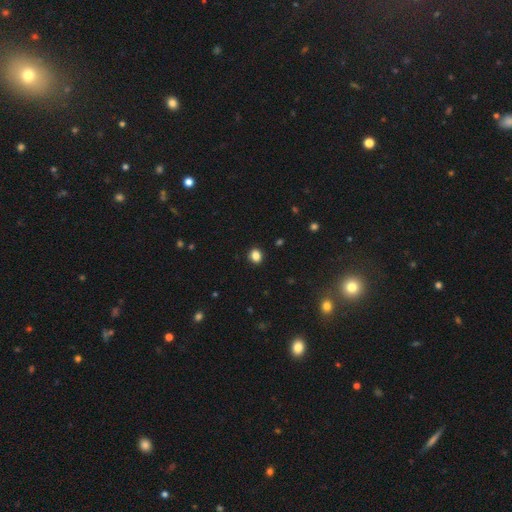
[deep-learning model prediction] Morphology: type=smooth (85%); roundness=round (58%); merging=none (91%).